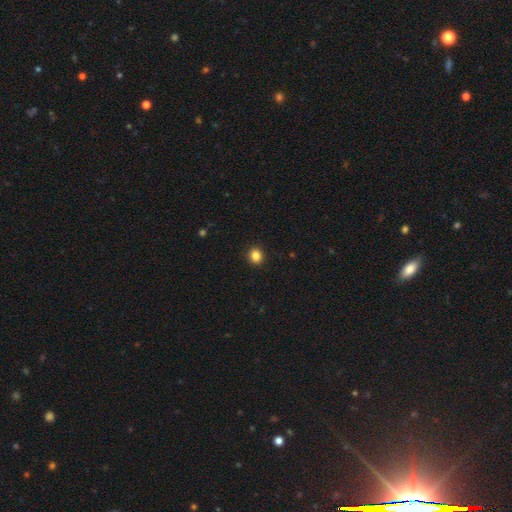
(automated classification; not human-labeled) Smooth or featured? Predicted: smooth (p=0.85). How rounded? Predicted: round (p=0.88). Merging? Predicted: none (p=0.93).